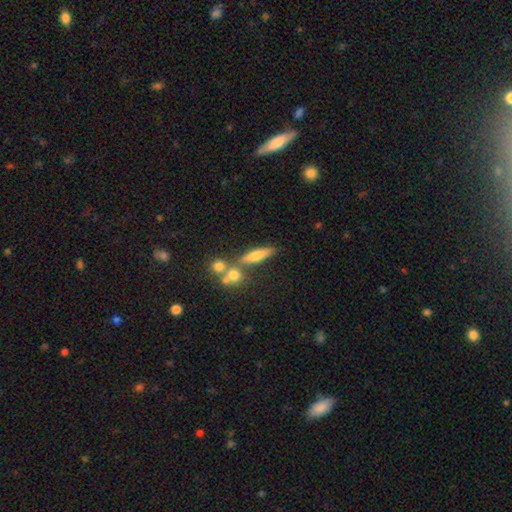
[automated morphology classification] A smooth galaxy with no disk features (54%) that is cigar-shaped (65%).

Vote fractions:
- Smooth or featured? smooth: 54% / featured or disk: 36% / star or artifact: 11%
- How rounded? cigar-shaped: 65% / in between: 27% / round: 7%
- Merging? none: 59% / merger: 23% / minor disturbance: 12% / major disturbance: 5%